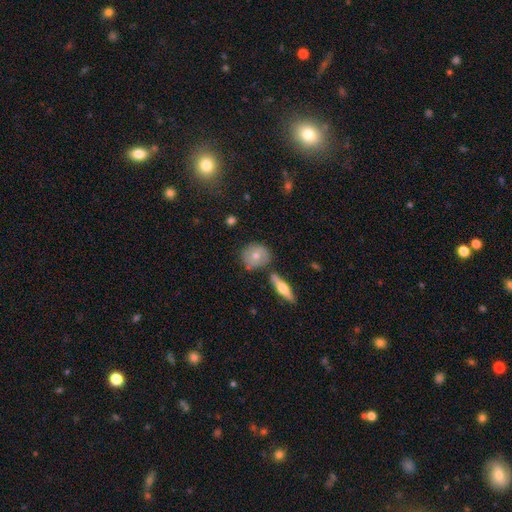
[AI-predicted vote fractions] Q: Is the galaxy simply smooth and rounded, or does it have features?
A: smooth — 60%.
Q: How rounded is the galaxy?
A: round — 75%.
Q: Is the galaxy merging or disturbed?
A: none — 73%.